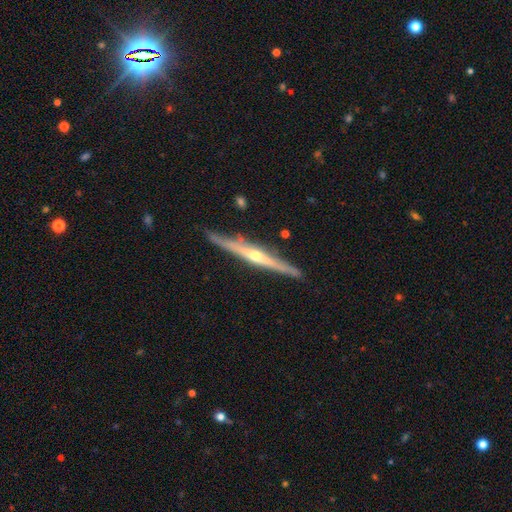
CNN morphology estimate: A featured or disk galaxy (81%) viewed edge-on (98%) with a rounded central bulge (85%).

Vote fractions:
- Smooth or featured? featured or disk: 81% / smooth: 14% / star or artifact: 5%
- Edge-on disk? yes: 98% / no: 2%
- Edge-on bulge? rounded: 85% / none: 12% / boxy: 3%
- Merging? none: 86% / minor disturbance: 11% / major disturbance: 2% / merger: 2%